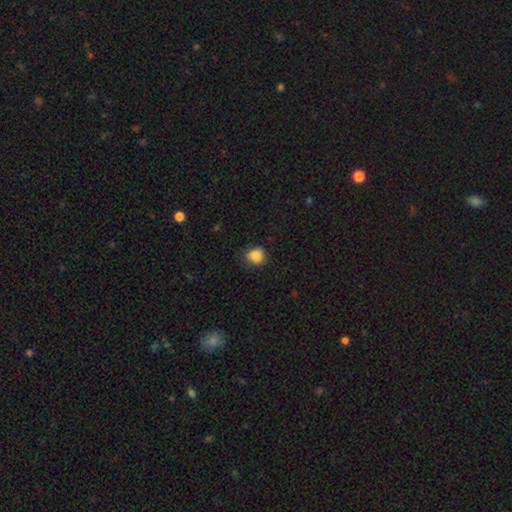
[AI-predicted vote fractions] This is clearly a smooth galaxy (87%). How rounded: likely round (69%). Merging: likely none (73%).